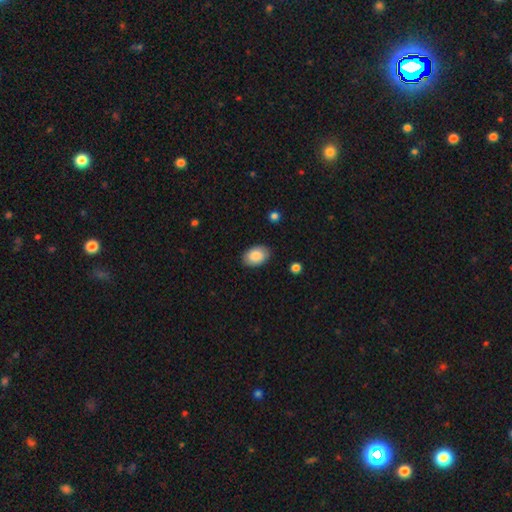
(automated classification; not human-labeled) smooth 87%, featured or disk 7%, star or artifact 6%. Down the decision tree: how rounded — in between (87%); merging — none (86%).